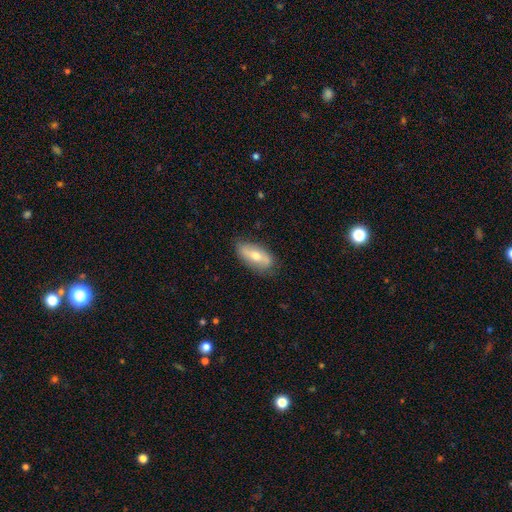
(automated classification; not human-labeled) This is possibly a smooth galaxy (56%). How rounded: clearly in between (83%). Merging: likely none (77%).